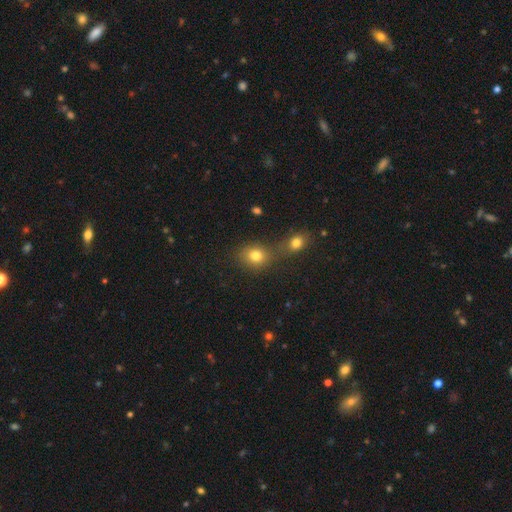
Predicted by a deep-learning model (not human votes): Q: Smooth or featured?
A: smooth (78%); runner-up: star or artifact (14%)
Q: How rounded?
A: round (63%); runner-up: in between (36%)
Q: Merging?
A: none (51%); runner-up: merger (35%)